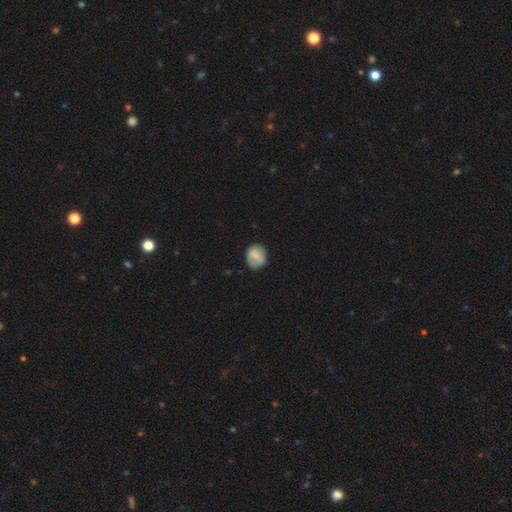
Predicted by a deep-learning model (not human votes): A smooth galaxy with no disk features (73%) that is round (58%).

Vote fractions:
- Smooth or featured? smooth: 73% / featured or disk: 20% / star or artifact: 7%
- How rounded? round: 58% / in between: 41% / cigar-shaped: 1%
- Merging? none: 76% / minor disturbance: 18% / major disturbance: 5% / merger: 1%